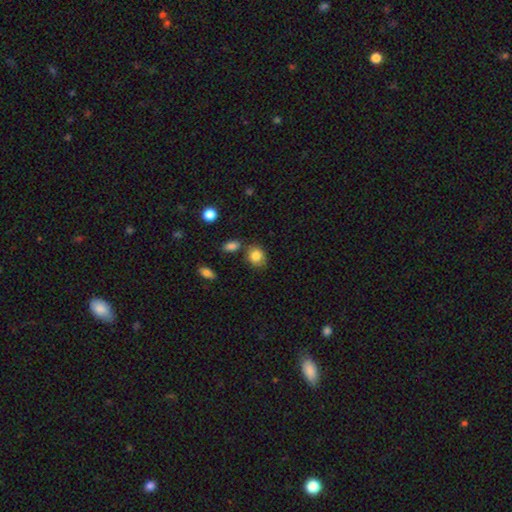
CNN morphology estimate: Smooth or featured: smooth — 85% (star or artifact — 8%)
How rounded: round — 59% (in between — 40%)
Merging: none — 72% (minor disturbance — 15%)